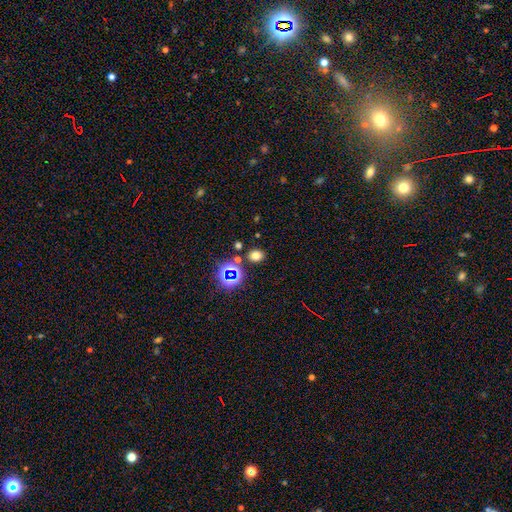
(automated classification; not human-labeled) Smooth or featured? smooth (69%)
How rounded? round (52%)
Merging? none (82%)